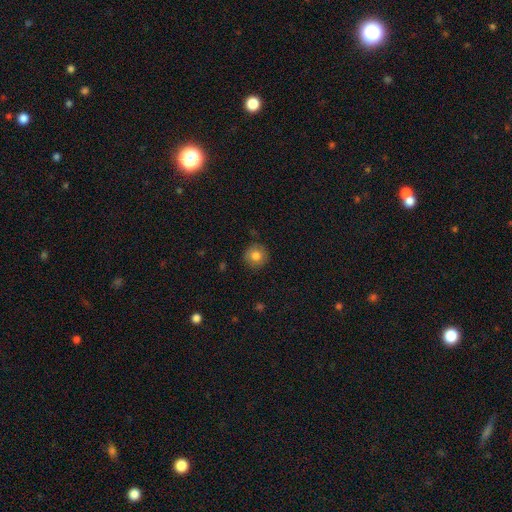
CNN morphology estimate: Smooth or featured? Predicted: smooth (p=0.81). How rounded? Predicted: round (p=0.93). Merging? Predicted: none (p=0.86).